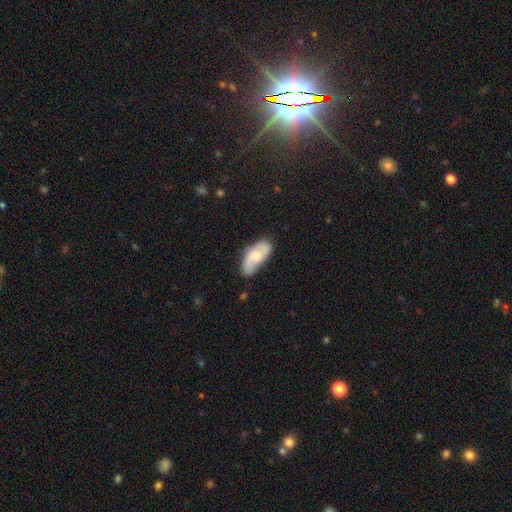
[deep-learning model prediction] The model was most divided on "smooth or featured": smooth: 47%, featured or disk: 46%, star or artifact: 6%. More confident: merging — none (67%).